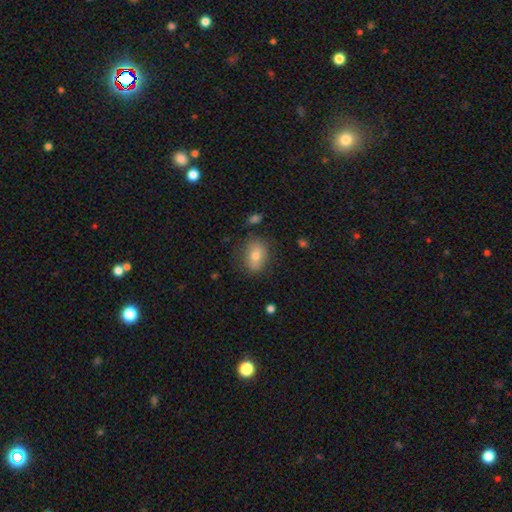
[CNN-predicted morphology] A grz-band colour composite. It shows a smooth galaxy with no disk features (74%) that is in between round and cigar-shaped (72%). Merging: none (79%).